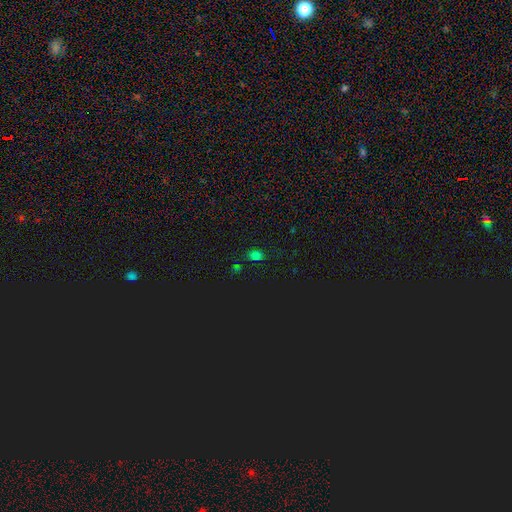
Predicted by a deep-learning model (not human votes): Smooth or featured? Predicted: smooth (p=0.60). How rounded? Predicted: in between (p=0.74). Merging? Predicted: none (p=0.75).